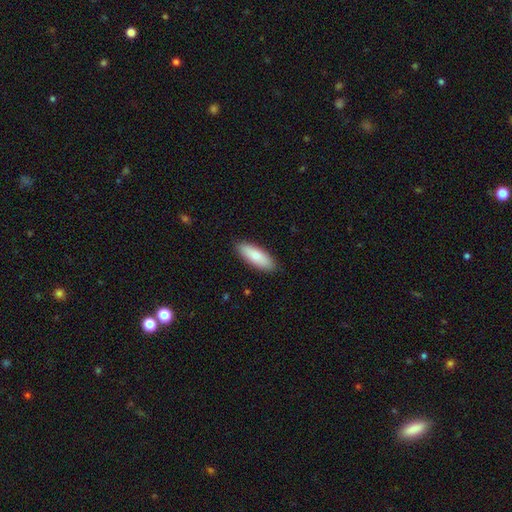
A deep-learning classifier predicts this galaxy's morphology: Smooth or featured: smooth — 79% (featured or disk — 15%)
How rounded: in between — 60% (cigar-shaped — 38%)
Merging: none — 89% (minor disturbance — 9%)